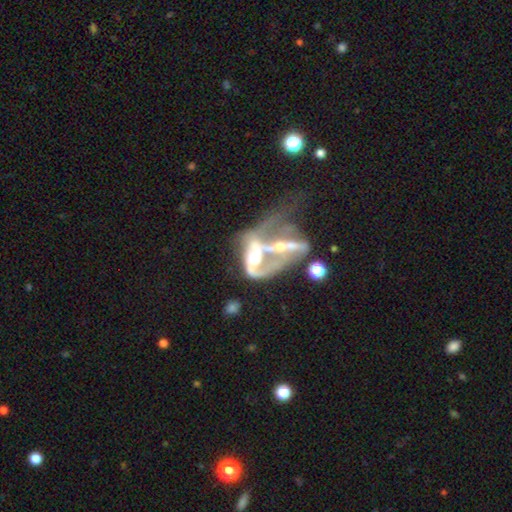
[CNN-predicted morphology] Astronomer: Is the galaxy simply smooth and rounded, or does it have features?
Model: featured or disk — 74%.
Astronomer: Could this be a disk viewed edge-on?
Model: no — 90%.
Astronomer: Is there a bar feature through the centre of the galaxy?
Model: no — 49% (runner-up: weak, 26%).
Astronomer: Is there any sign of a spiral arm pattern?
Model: yes — 60% (runner-up: no, 40%).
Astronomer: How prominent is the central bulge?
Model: moderate — 48% (runner-up: small, 24%).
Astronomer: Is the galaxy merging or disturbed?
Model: merger — 71%.